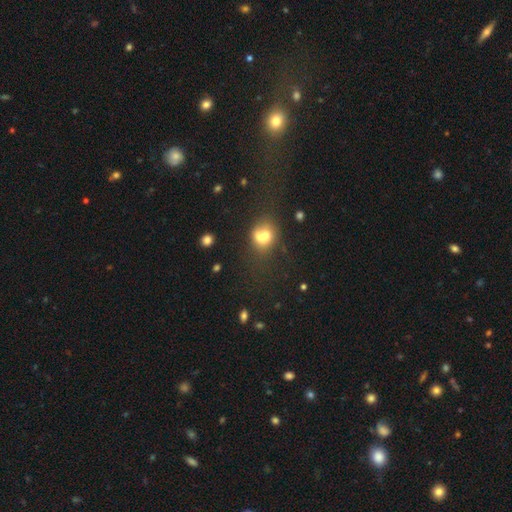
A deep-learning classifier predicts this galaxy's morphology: smooth_or_featured: smooth (p=0.54) [alt: star or artifact p=0.35]
how_rounded: round (p=0.67) [alt: in between p=0.28]
merging: none (p=0.56) [alt: major disturbance p=0.15]